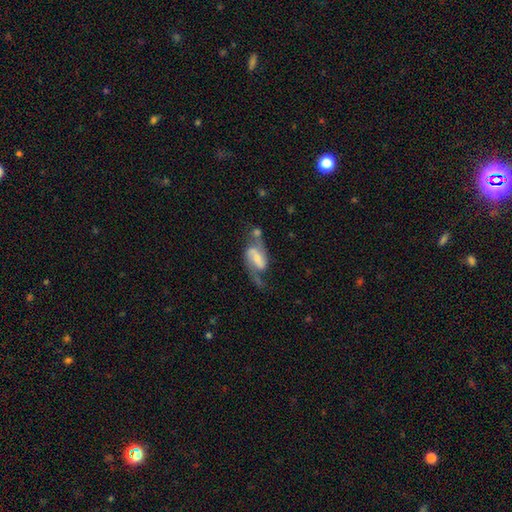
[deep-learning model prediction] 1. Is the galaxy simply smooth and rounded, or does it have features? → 84% featured or disk, 10% smooth, 6% star or artifact.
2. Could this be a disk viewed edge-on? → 96% no, 4% yes.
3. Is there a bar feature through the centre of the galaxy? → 44% weak, 38% strong, 18% no.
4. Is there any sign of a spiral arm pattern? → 95% yes, 5% no.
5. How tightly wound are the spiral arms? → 46% loose, 42% medium, 11% tight.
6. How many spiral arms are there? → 90% 2, 4% 1, 3% can't tell, 1% 3, 1% 4, 1% more than 4.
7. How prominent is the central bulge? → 47% small, 35% moderate, 11% none, 6% large, 1% dominant.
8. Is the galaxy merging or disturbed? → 53% none, 18% minor disturbance, 16% major disturbance, 13% merger.